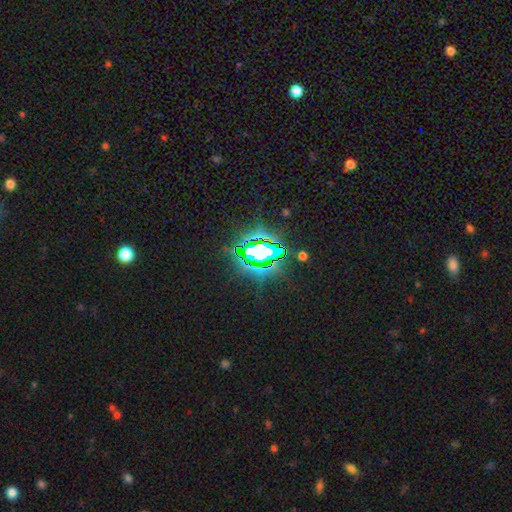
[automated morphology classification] smooth-or-featured: star or artifact: 83% | smooth: 10% | featured or disk: 7%